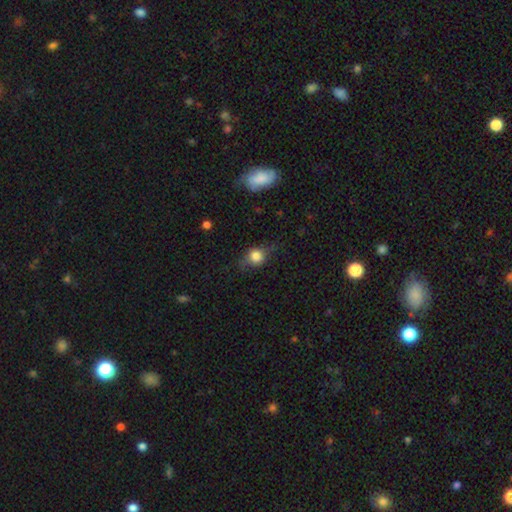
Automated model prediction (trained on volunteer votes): Smooth or featured? smooth (69%)
How rounded? round (63%)
Merging? none (63%)